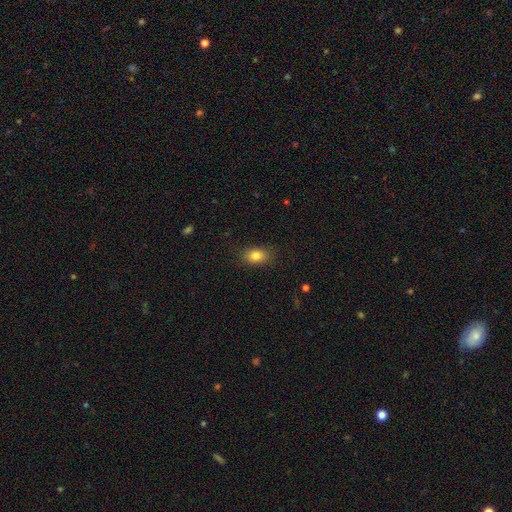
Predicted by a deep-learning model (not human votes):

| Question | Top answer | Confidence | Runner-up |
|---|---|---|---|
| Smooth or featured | smooth | 83% | star or artifact (10%) |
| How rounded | in between | 79% | round (19%) |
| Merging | none | 85% | minor disturbance (11%) |